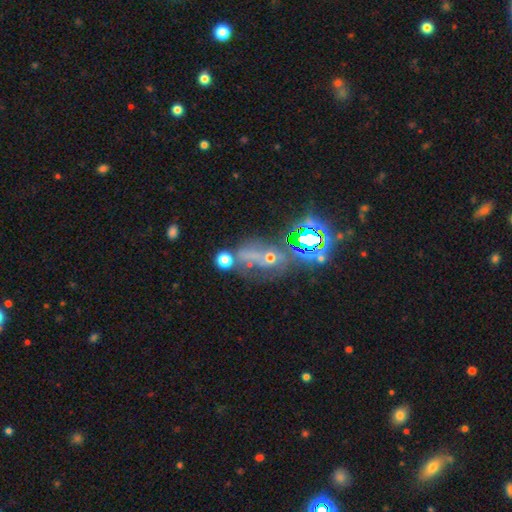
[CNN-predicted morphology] smooth_or_featured: star or artifact (p=0.53) [alt: featured or disk p=0.24]